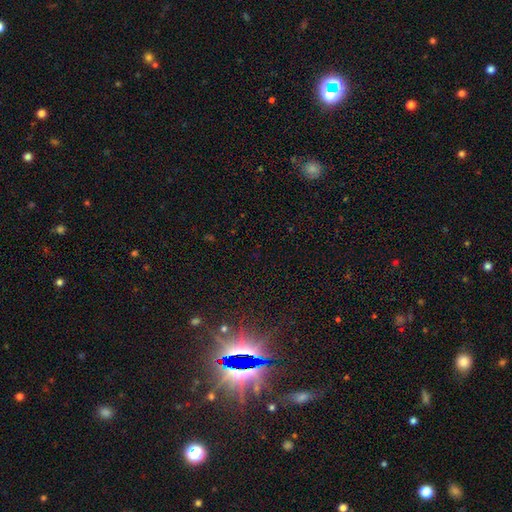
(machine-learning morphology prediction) Smooth or featured? Predicted: star or artifact (p=0.70).